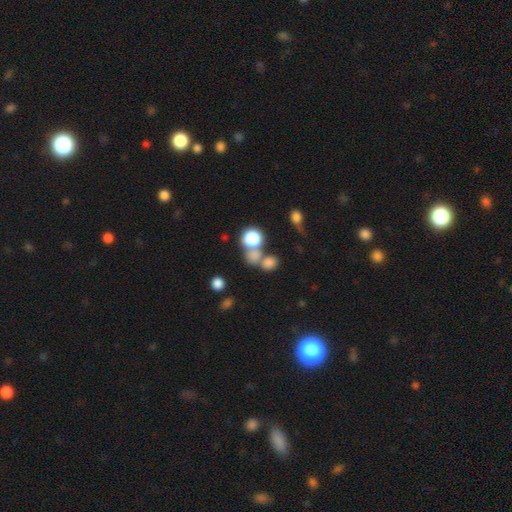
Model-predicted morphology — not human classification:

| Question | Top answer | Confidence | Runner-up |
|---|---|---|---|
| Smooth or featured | smooth | 52% | star or artifact (35%) |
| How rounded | round | 75% | in between (22%) |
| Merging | none | 53% | merger (32%) |